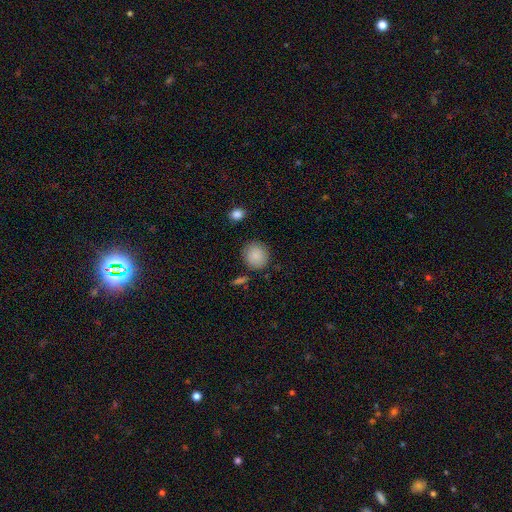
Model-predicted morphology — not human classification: smooth_or_featured: smooth (p=0.88) [alt: star or artifact p=0.07]
how_rounded: round (p=0.88) [alt: in between p=0.11]
merging: none (p=0.84) [alt: minor disturbance p=0.10]